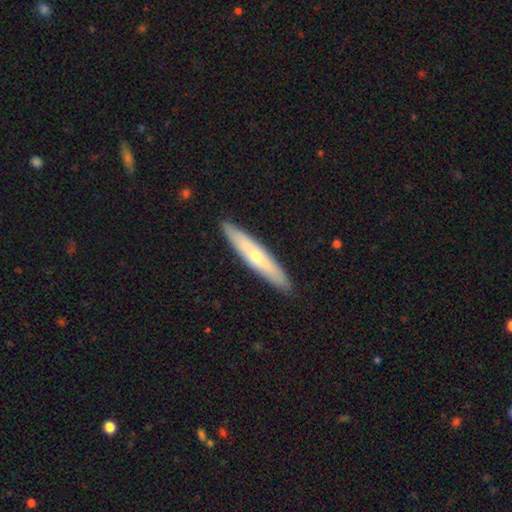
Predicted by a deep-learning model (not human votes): The model was most divided on "smooth or featured": smooth: 51%, featured or disk: 43%, star or artifact: 5%. More confident: merging — none (90%); how rounded — cigar-shaped (89%).